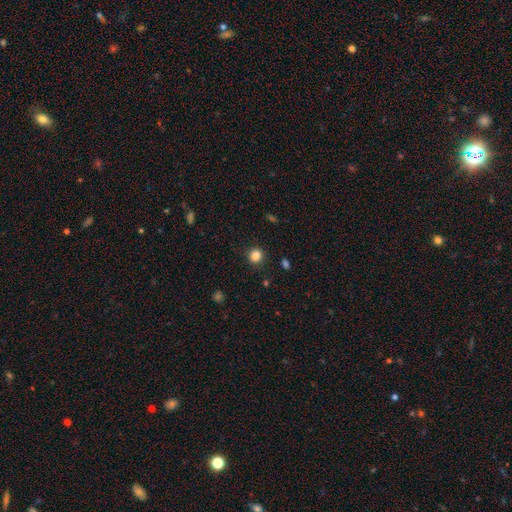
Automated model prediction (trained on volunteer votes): This appears to be a smooth galaxy with no disk features (84%) that is round (85%). Merging: none (90%).